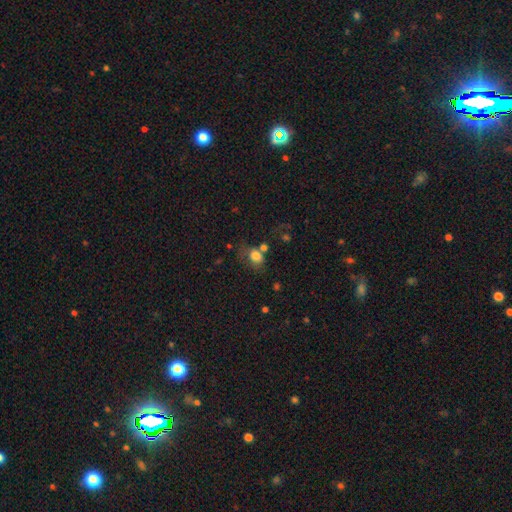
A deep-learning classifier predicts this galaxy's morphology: Smooth or featured?
  - smooth: 79% *
  - star or artifact: 11%
  - featured or disk: 9%
How rounded?
  - in between: 55% *
  - round: 44%
  - cigar-shaped: 1%
Merging?
  - none: 44% *
  - merger: 23%
  - minor disturbance: 20%
  - major disturbance: 13%